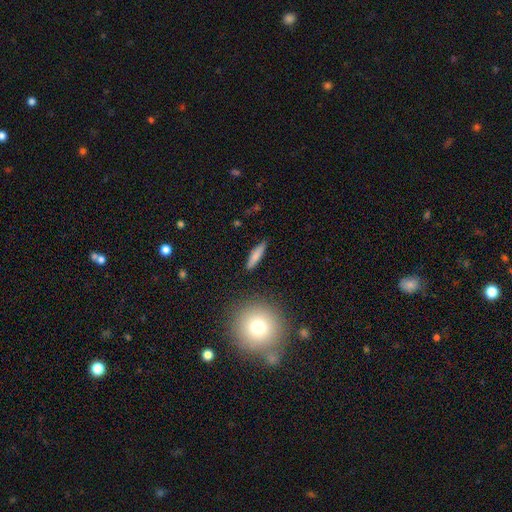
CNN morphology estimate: smooth_or_featured: smooth (p=0.74) [alt: featured or disk p=0.18]
how_rounded: cigar-shaped (p=0.79) [alt: in between p=0.19]
merging: none (p=0.86) [alt: minor disturbance p=0.09]